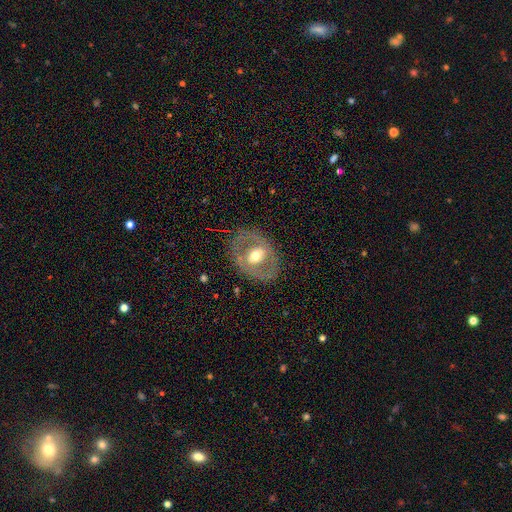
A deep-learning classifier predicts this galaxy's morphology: A featured or disk galaxy (62%) with no bar (45%), no spiral arms (78%) and a moderate central bulge (70%). Merging: none (77%).